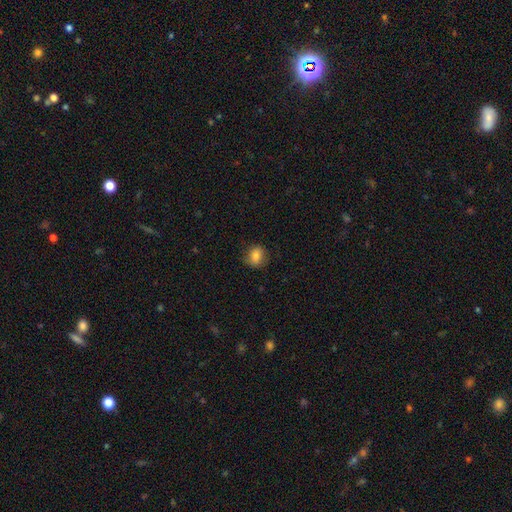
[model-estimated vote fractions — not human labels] Overall: smooth (82%). How rounded: round (68%; in between 31%). Merging: none (80%).